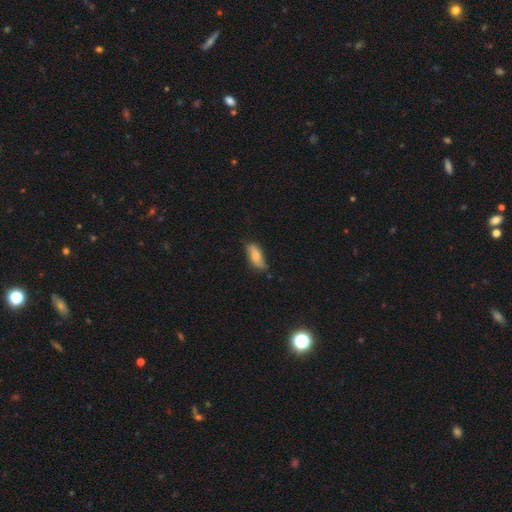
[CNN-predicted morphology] smooth-or-featured: smooth: 80% | featured or disk: 13% | star or artifact: 7%
  how-rounded: in between: 76% | cigar-shaped: 21% | round: 2%
  merging: none: 65% | minor disturbance: 28% | major disturbance: 5% | merger: 2%